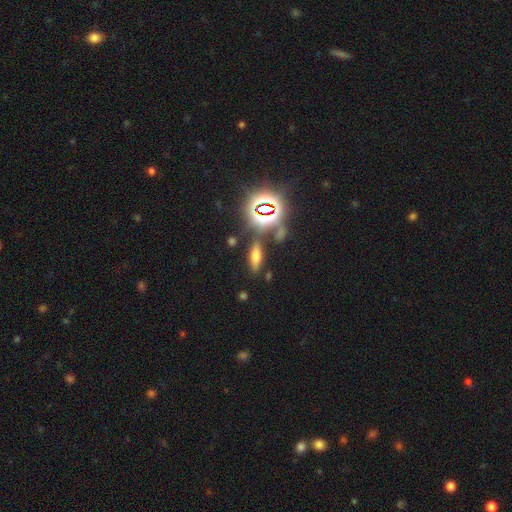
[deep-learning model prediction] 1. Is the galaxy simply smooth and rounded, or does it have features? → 49% smooth, 31% star or artifact, 20% featured or disk.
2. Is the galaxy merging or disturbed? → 79% none, 11% minor disturbance, 6% merger, 4% major disturbance.